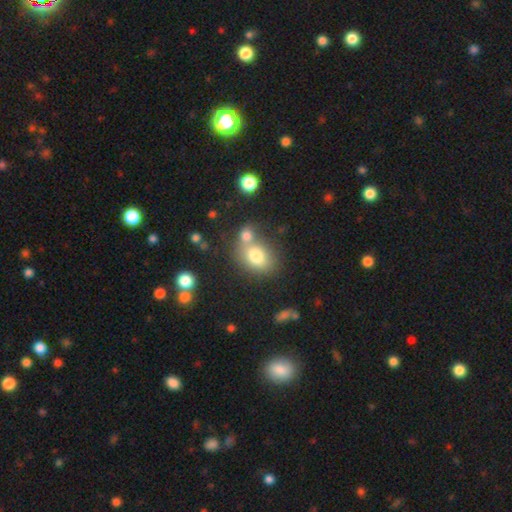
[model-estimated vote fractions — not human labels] The model was most divided on "merging": none: 46%, merger: 37%, minor disturbance: 12%, major disturbance: 5%. More confident: smooth or featured — smooth (76%); how rounded — in between (62%).